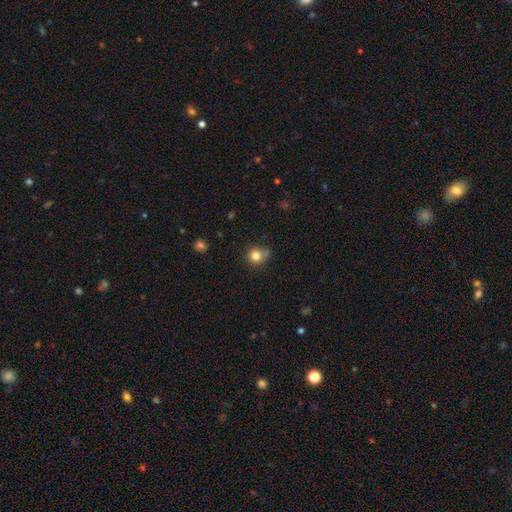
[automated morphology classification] smooth_or_featured: smooth (p=0.81) [alt: star or artifact p=0.12]
how_rounded: round (p=0.88) [alt: in between p=0.11]
merging: none (p=0.68) [alt: minor disturbance p=0.21]